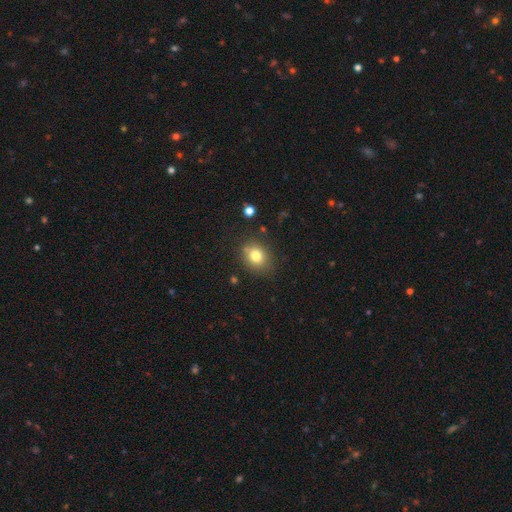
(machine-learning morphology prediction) Q: Smooth or featured?
A: smooth (79%); runner-up: star or artifact (12%)
Q: How rounded?
A: round (60%); runner-up: in between (39%)
Q: Merging?
A: none (81%); runner-up: minor disturbance (12%)